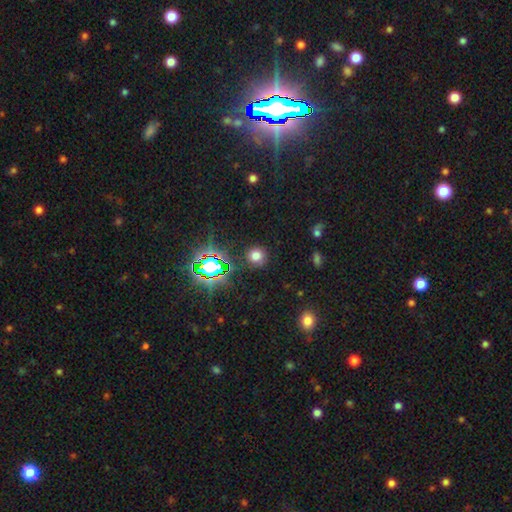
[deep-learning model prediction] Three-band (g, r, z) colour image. It shows a smooth galaxy with no disk features (69%) that is round (90%). Merging: none (87%).